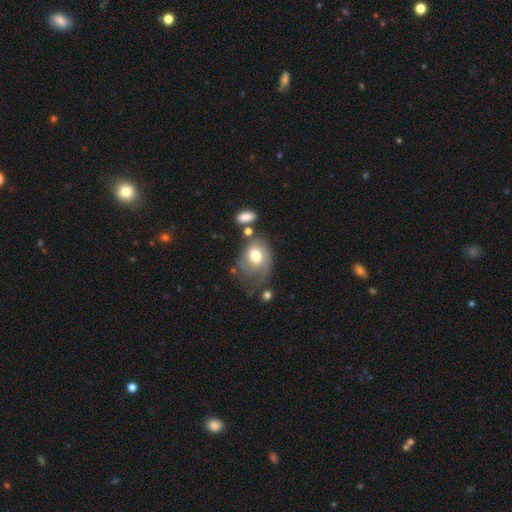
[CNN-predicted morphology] Smooth or featured: smooth — 59% (featured or disk — 33%)
How rounded: in between — 56% (round — 43%)
Merging: none — 34% (minor disturbance — 28%)